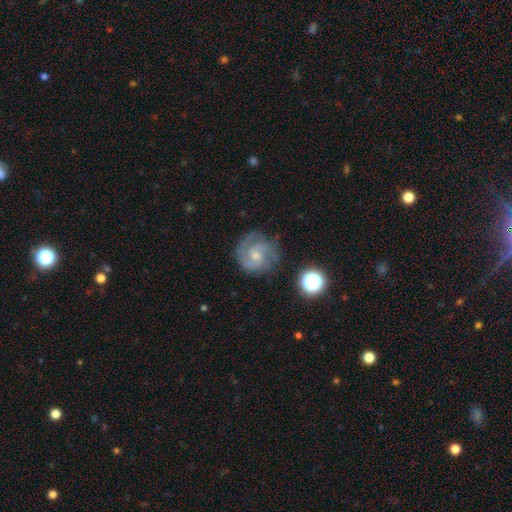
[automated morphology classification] featured or disk 80%, smooth 13%, star or artifact 7%. Down the decision tree: edge-on disk — no (98%); bar — no (60%); spiral arms — yes (95%); spiral arm count — 2 (45%); spiral winding — tight (52%); bulge size — small (47%); merging — none (71%).